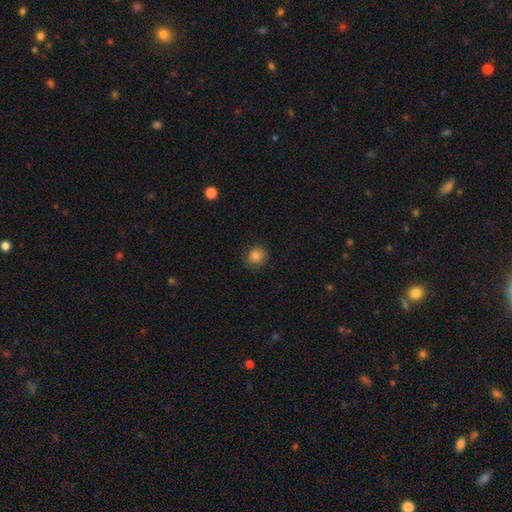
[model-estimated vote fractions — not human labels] Smooth or featured? smooth (84%)
How rounded? round (82%)
Merging? none (84%)